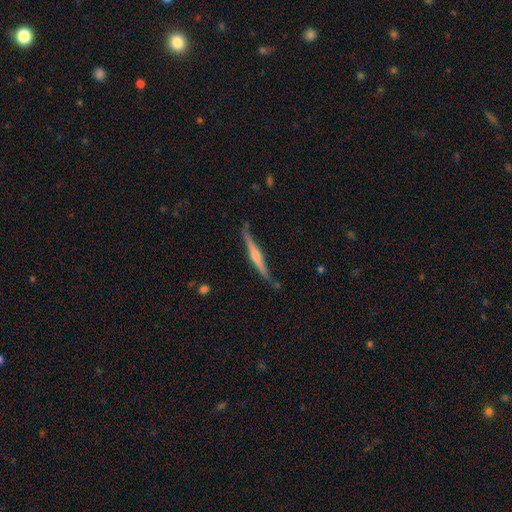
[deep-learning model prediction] smooth-or-featured: featured or disk: 74% | smooth: 20% | star or artifact: 5%
  disk-edge-on: yes: 98% | no: 2%
    edge-on-bulge: rounded: 81% | none: 10% | boxy: 9%
  merging: none: 84% | minor disturbance: 12% | merger: 2% | major disturbance: 2%